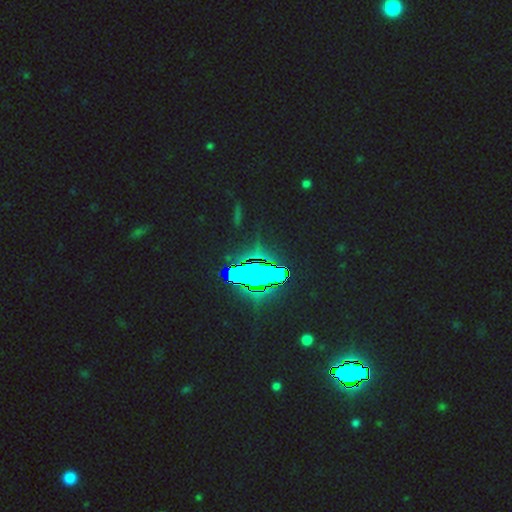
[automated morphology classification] Smooth or featured? Predicted: star or artifact (p=0.85).